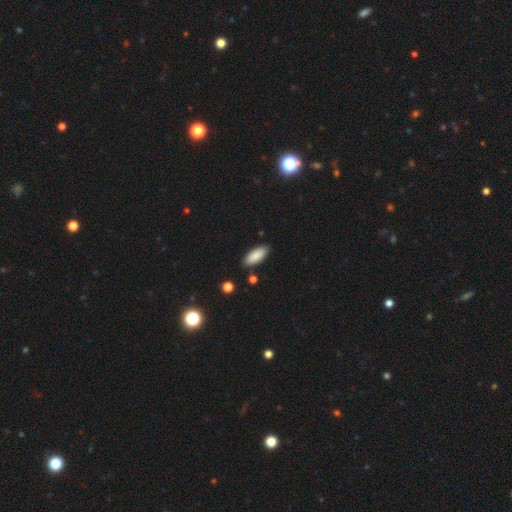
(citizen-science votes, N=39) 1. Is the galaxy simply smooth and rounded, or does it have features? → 79% smooth, 10% featured or disk, 10% star or artifact.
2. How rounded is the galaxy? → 84% in between, 13% cigar-shaped, 3% round.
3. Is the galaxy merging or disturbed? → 80% none, 14% minor disturbance, 3% major disturbance, 3% merger.